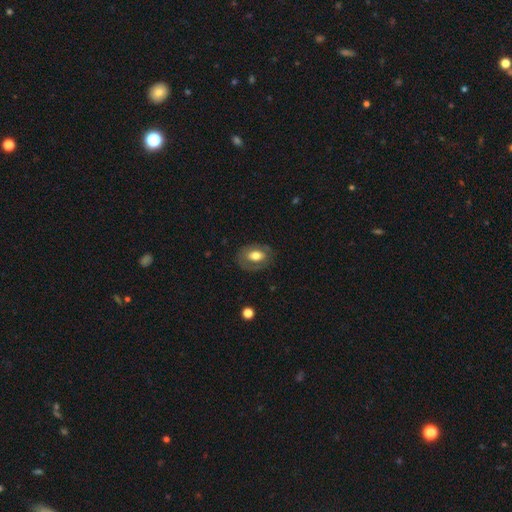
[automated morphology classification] Q: Smooth or featured?
A: smooth (58%); runner-up: featured or disk (35%)
Q: How rounded?
A: in between (78%); runner-up: round (21%)
Q: Merging?
A: none (74%); runner-up: minor disturbance (17%)